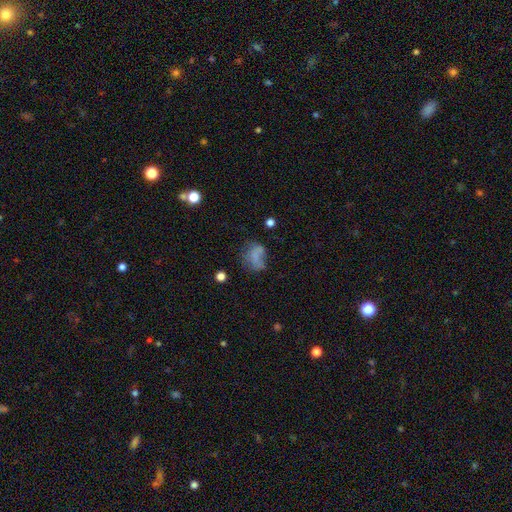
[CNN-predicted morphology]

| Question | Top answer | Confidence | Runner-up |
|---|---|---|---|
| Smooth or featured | smooth | 61% | featured or disk (24%) |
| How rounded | in between | 63% | round (35%) |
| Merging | none | 37% | major disturbance (31%) |